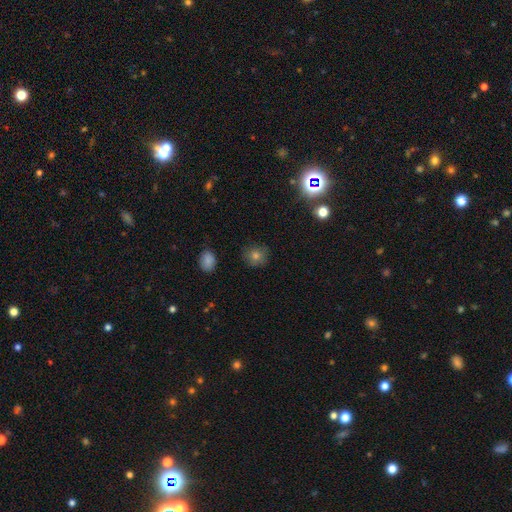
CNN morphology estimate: Smooth or featured? smooth (73%)
How rounded? round (84%)
Merging? none (83%)